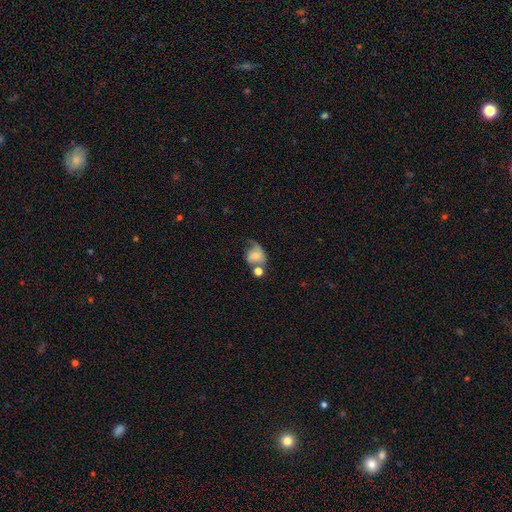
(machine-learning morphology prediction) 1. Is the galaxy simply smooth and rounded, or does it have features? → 49% smooth, 41% featured or disk, 10% star or artifact.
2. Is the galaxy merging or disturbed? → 27% none, 26% major disturbance, 24% merger, 23% minor disturbance.